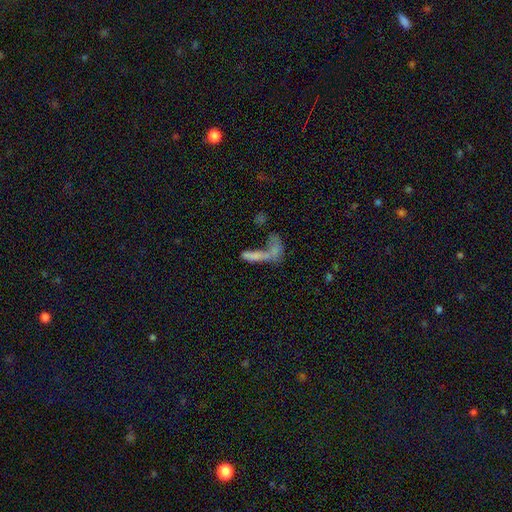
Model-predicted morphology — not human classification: Q: Smooth or featured?
A: smooth (61%); runner-up: featured or disk (25%)
Q: How rounded?
A: cigar-shaped (50%); runner-up: in between (45%)
Q: Merging?
A: merger (62%); runner-up: none (17%)